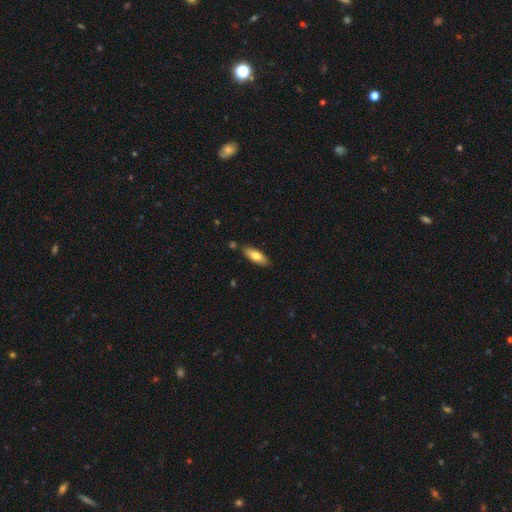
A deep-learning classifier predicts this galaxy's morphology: type=smooth (74%); roundness=in between (66%); merging=none (83%).